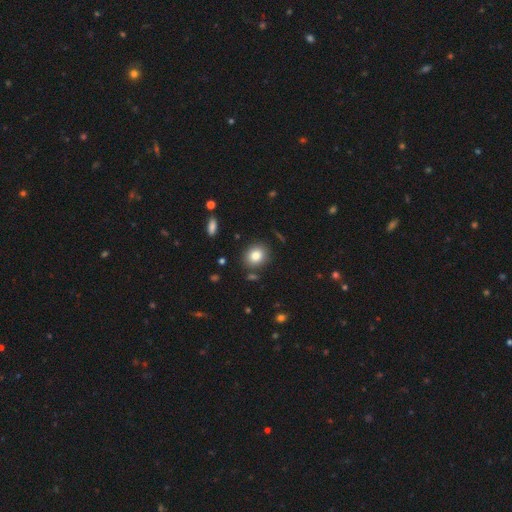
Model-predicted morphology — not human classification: Smooth or featured? Predicted: smooth (p=0.83). How rounded? Predicted: round (p=0.66). Merging? Predicted: none (p=0.85).